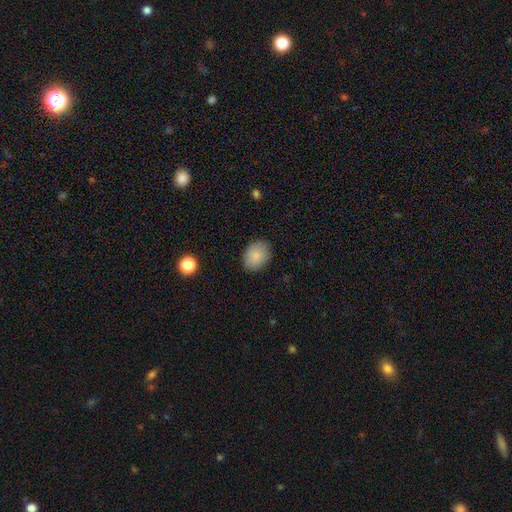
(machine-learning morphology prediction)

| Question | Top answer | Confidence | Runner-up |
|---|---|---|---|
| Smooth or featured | smooth | 86% | star or artifact (8%) |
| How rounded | in between | 59% | round (40%) |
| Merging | none | 85% | minor disturbance (11%) |